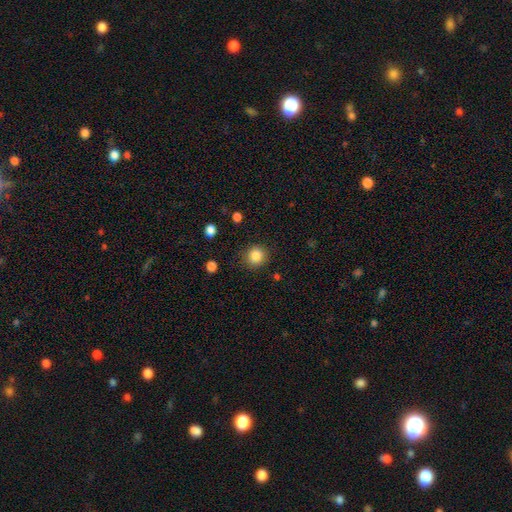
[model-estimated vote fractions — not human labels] smooth-or-featured: smooth: 85% | star or artifact: 10% | featured or disk: 5%
  how-rounded: round: 89% | in between: 10% | cigar-shaped: 1%
  merging: none: 88% | minor disturbance: 8% | major disturbance: 3% | merger: 1%